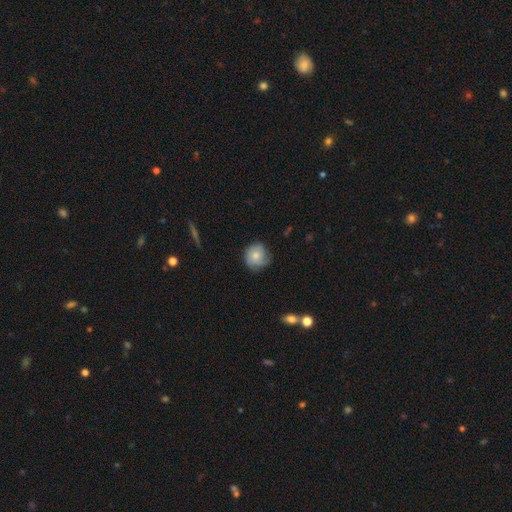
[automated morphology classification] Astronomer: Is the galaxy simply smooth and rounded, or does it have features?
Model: smooth — 54% (runner-up: featured or disk, 38%).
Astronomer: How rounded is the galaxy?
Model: round — 85%.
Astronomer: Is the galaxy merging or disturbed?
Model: none — 68%.